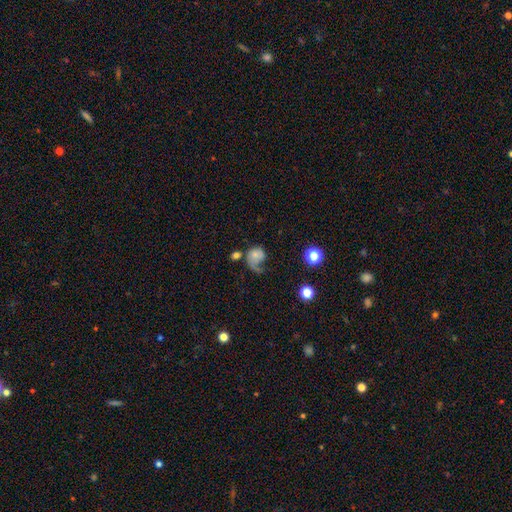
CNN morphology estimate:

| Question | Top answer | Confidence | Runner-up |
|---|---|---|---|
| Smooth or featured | smooth | 47% | featured or disk (42%) |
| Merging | major disturbance | 48% | none (24%) |